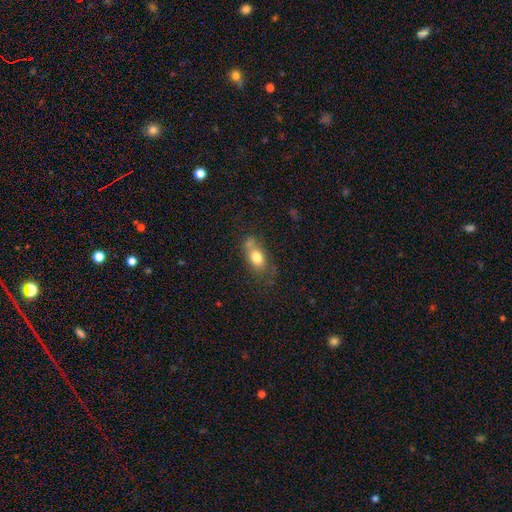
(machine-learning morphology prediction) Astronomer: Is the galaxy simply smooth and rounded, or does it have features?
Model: smooth — 74%.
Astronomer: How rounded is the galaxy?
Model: in between — 76%.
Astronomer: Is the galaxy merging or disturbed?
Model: none — 51%.